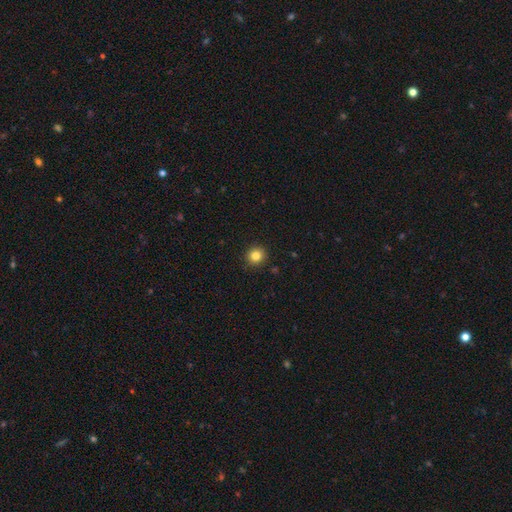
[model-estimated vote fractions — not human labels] Morphology: type=smooth (83%); roundness=round (93%); merging=none (92%).